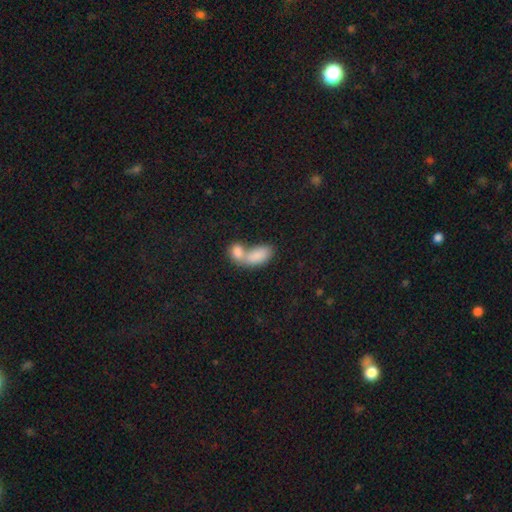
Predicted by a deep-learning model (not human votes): Smooth or featured? smooth (83%)
How rounded? in between (91%)
Merging? merger (70%)